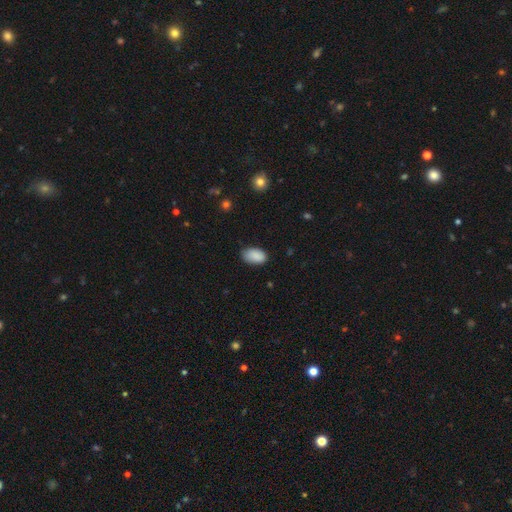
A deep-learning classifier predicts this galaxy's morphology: Smooth or featured: smooth — 89% (star or artifact — 7%)
How rounded: in between — 92% (round — 7%)
Merging: none — 74% (minor disturbance — 21%)